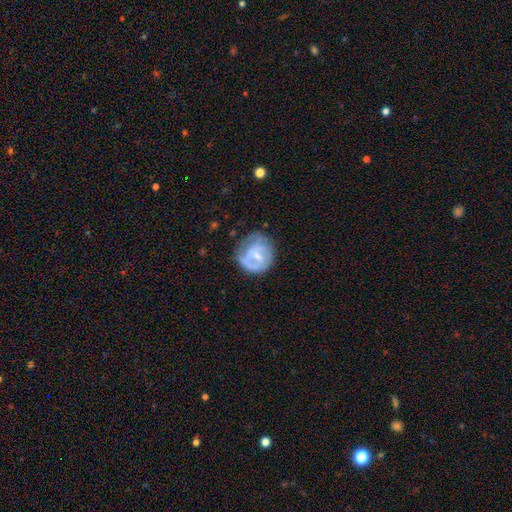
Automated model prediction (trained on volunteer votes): Smooth or featured? Predicted: featured or disk (p=0.54). Edge-on disk? Predicted: no (p=0.98). Bar? Predicted: weak (p=0.47). Spiral arms? Predicted: yes (p=0.52). Bulge size? Predicted: small (p=0.42). Merging? Predicted: none (p=0.50).